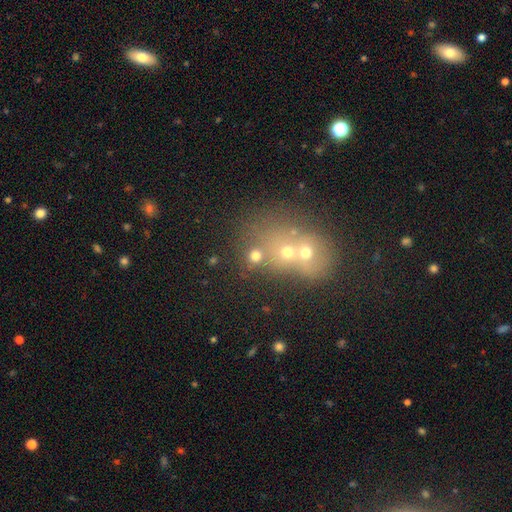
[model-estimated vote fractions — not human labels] Q: Smooth or featured?
A: smooth (63%); runner-up: star or artifact (22%)
Q: How rounded?
A: round (77%); runner-up: in between (22%)
Q: Merging?
A: none (46%); runner-up: merger (42%)